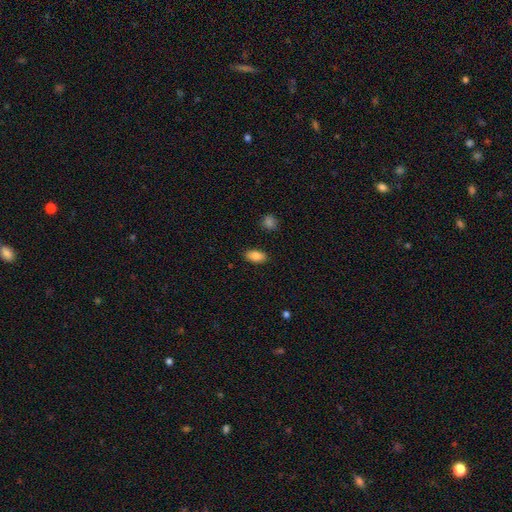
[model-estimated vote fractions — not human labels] The model was most divided on "smooth or featured": smooth: 85%, star or artifact: 8%, featured or disk: 7%. More confident: how rounded — in between (92%); merging — none (88%).